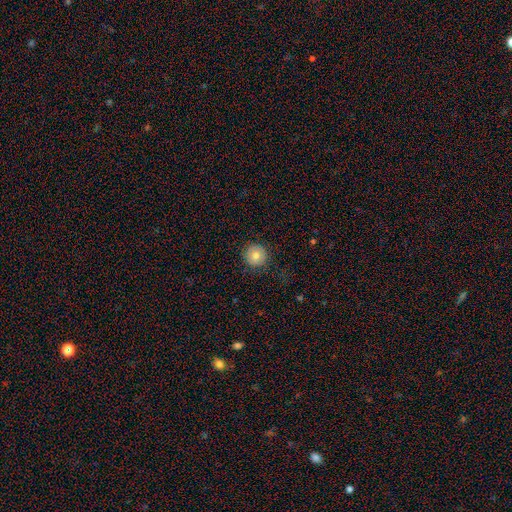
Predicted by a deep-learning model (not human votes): Q: Smooth or featured?
A: smooth (76%); runner-up: featured or disk (15%)
Q: How rounded?
A: round (94%); runner-up: in between (5%)
Q: Merging?
A: none (87%); runner-up: minor disturbance (9%)